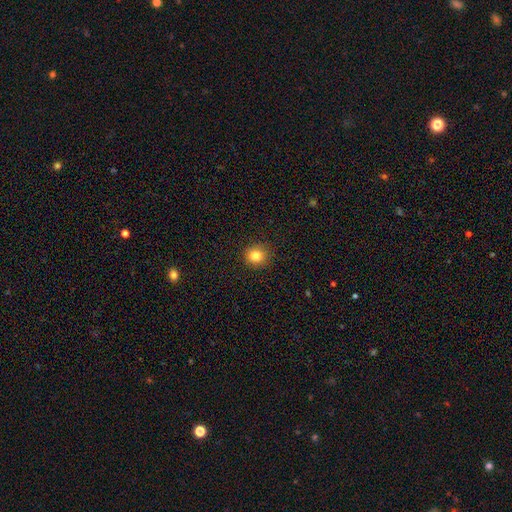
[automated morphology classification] The model was most divided on "smooth or featured": smooth: 83%, star or artifact: 11%, featured or disk: 5%. More confident: merging — none (89%); how rounded — round (86%).